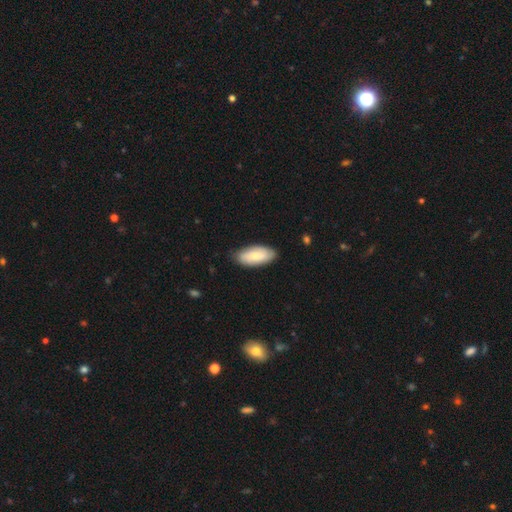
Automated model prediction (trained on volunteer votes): Smooth or featured?
  - smooth: 72% *
  - featured or disk: 22%
  - star or artifact: 5%
How rounded?
  - in between: 89% *
  - cigar-shaped: 9%
  - round: 2%
Merging?
  - none: 82% *
  - minor disturbance: 14%
  - major disturbance: 2%
  - merger: 1%